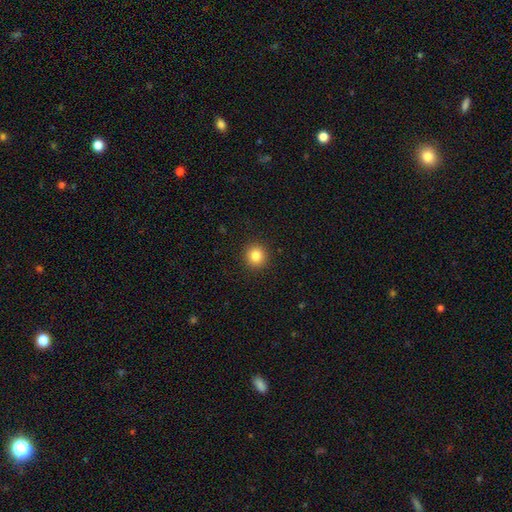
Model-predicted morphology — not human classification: Smooth or featured?
  - smooth: 83% *
  - star or artifact: 11%
  - featured or disk: 6%
How rounded?
  - round: 92% *
  - in between: 7%
  - cigar-shaped: 1%
Merging?
  - none: 92% *
  - minor disturbance: 5%
  - major disturbance: 2%
  - merger: 1%